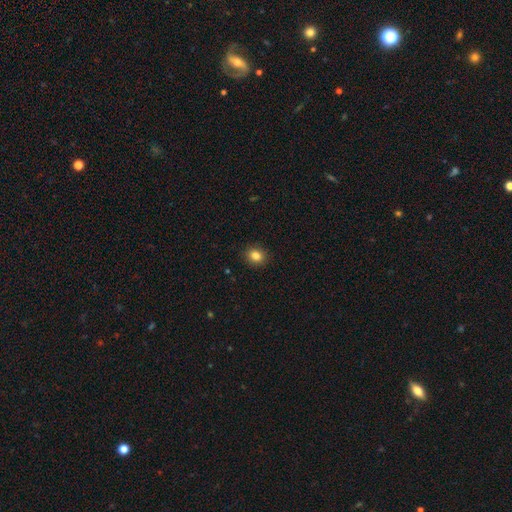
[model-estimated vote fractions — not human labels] This appears to be a smooth galaxy with no disk features (84%) that is round (63%). Merging: none (91%).